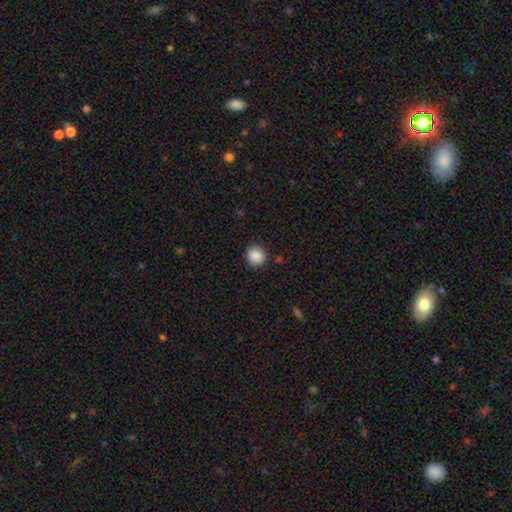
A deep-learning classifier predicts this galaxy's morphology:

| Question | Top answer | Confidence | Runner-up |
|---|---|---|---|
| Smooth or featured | smooth | 88% | star or artifact (9%) |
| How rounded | round | 83% | in between (16%) |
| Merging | none | 87% | minor disturbance (9%) |